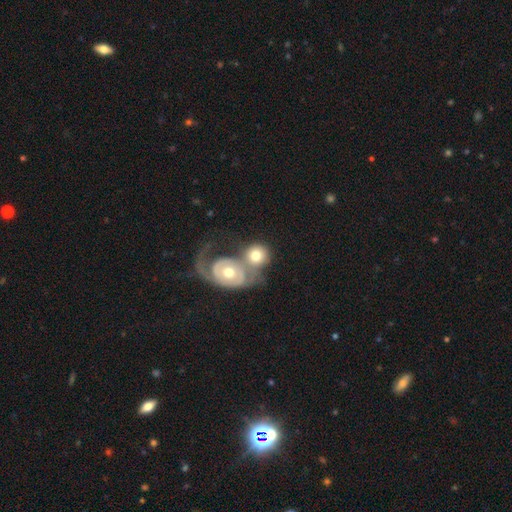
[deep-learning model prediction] This is possibly a smooth galaxy (50%). Merging: possibly merger (58%).